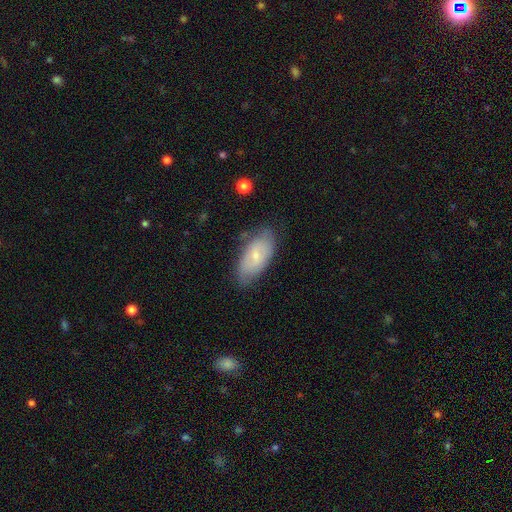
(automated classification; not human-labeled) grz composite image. It shows a smooth galaxy with no disk features (56%) that is in between round and cigar-shaped (91%). Merging: none (71%).